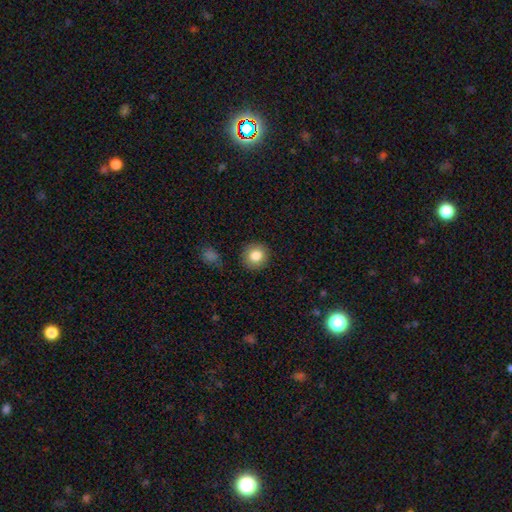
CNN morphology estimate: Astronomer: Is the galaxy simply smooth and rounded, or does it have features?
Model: smooth — 84%.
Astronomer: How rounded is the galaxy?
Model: round — 89%.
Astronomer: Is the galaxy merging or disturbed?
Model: none — 89%.